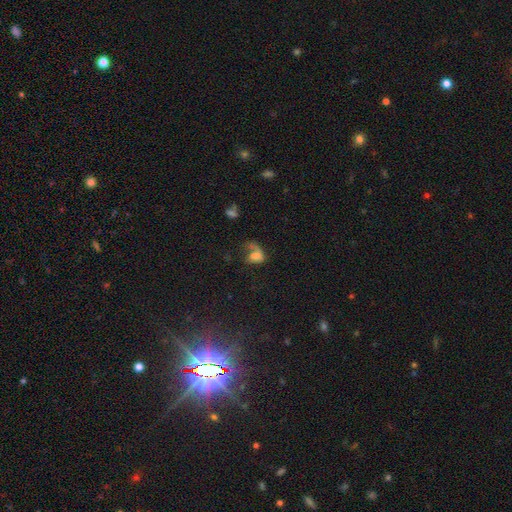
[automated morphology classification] A smooth galaxy with no disk features (51%) that is in between round and cigar-shaped (75%).

Vote fractions:
- Smooth or featured? smooth: 51% / featured or disk: 35% / star or artifact: 13%
- How rounded? in between: 75% / round: 22% / cigar-shaped: 2%
- Merging? major disturbance: 48% / none: 24% / minor disturbance: 16% / merger: 11%